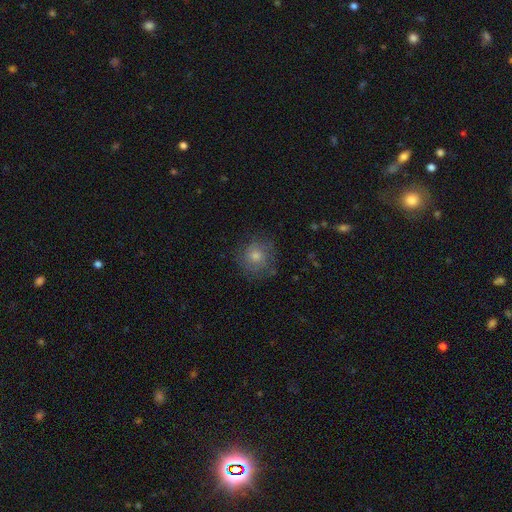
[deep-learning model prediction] smooth-or-featured: smooth: 57% | featured or disk: 28% | star or artifact: 15%
  how-rounded: round: 90% | in between: 9% | cigar-shaped: 1%
  merging: none: 78% | minor disturbance: 15% | major disturbance: 6% | merger: 1%